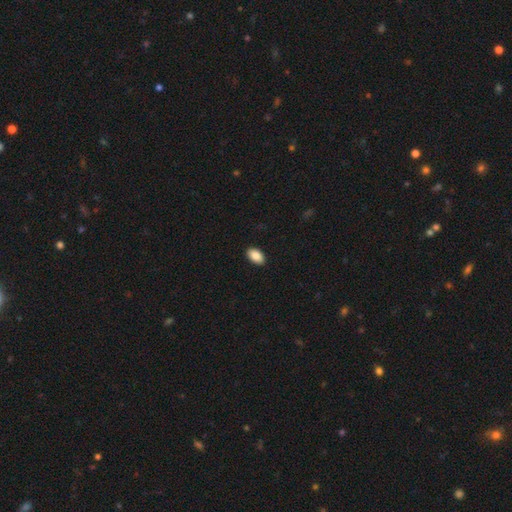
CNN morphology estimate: This appears to be a smooth galaxy with no disk features (89%) that is in between round and cigar-shaped (94%). Merging: none (90%).